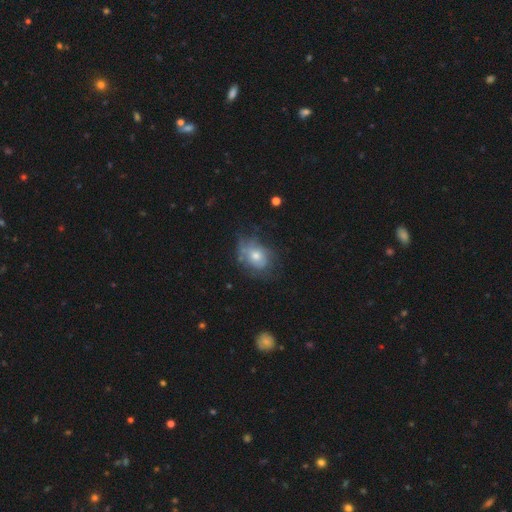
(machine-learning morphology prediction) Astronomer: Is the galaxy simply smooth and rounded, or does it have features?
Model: featured or disk — 46% (runner-up: smooth, 43%).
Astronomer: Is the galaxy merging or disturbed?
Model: none — 52% (runner-up: minor disturbance, 29%).